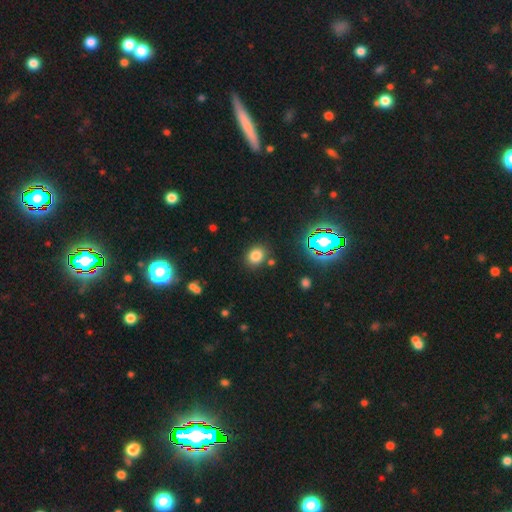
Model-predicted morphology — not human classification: smooth_or_featured: smooth (p=0.77) [alt: star or artifact p=0.16]
how_rounded: round (p=0.55) [alt: in between p=0.44]
merging: none (p=0.82) [alt: minor disturbance p=0.10]